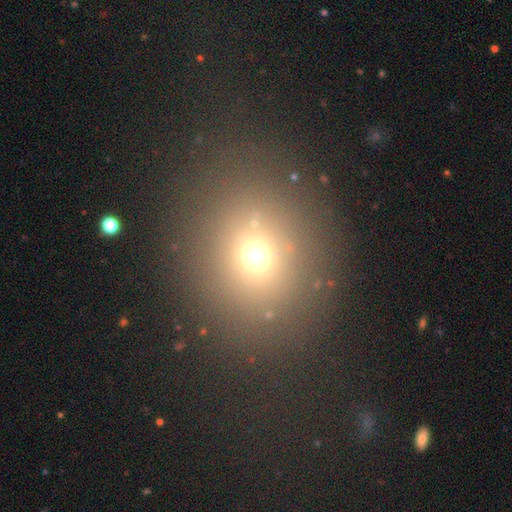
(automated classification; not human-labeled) smooth 66%, star or artifact 23%, featured or disk 11%. Down the decision tree: how rounded — round (74%); merging — none (80%).